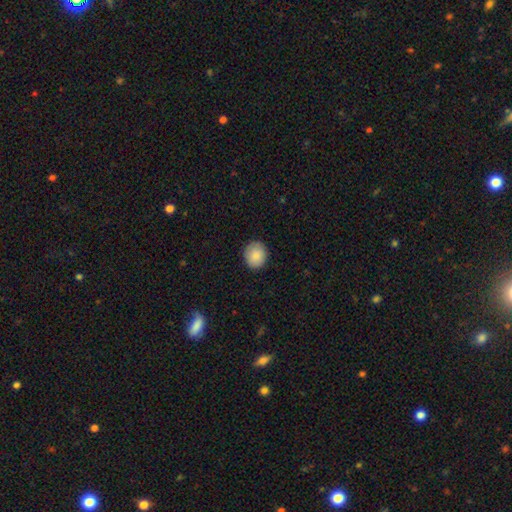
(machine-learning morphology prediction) type=smooth (88%); roundness=round (73%); merging=none (88%).